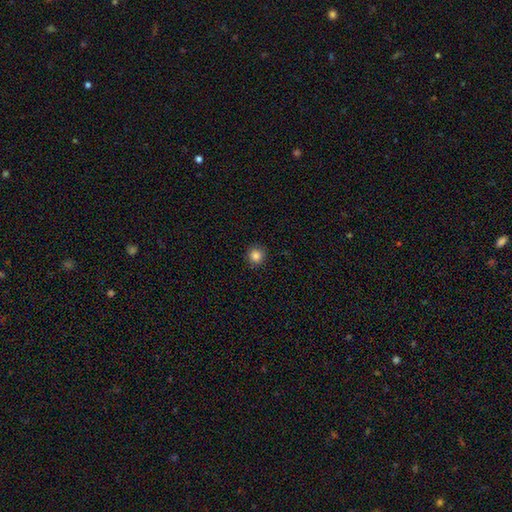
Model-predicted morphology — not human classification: Overall: smooth (84%). How rounded: round (94%). Merging: none (91%).